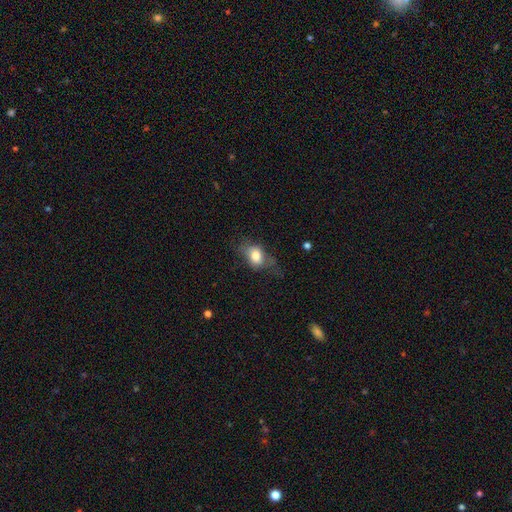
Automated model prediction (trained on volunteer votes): This appears to be a smooth galaxy with no disk features (75%) that is in between round and cigar-shaped (69%). Merging: none (46%).